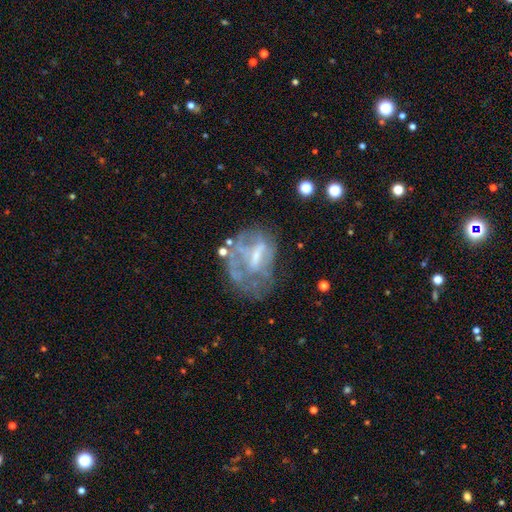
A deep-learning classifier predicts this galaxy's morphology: Smooth or featured? Predicted: featured or disk (p=0.65). Edge-on disk? Predicted: no (p=0.96). Bar? Predicted: no (p=0.40). Spiral arms? Predicted: no (p=0.72). Bulge size? Predicted: small (p=0.37). Merging? Predicted: none (p=0.37).